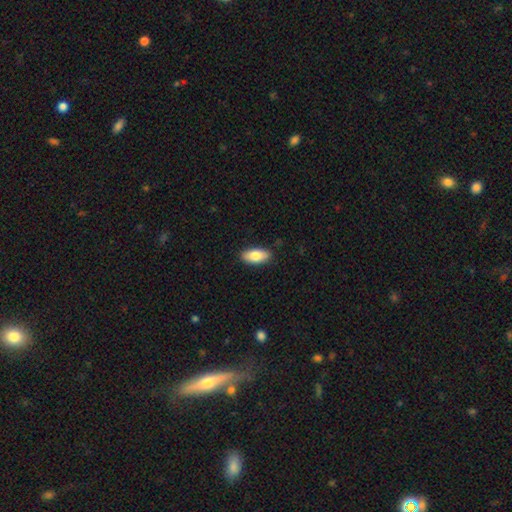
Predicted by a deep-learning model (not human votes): smooth-or-featured: smooth: 81% | featured or disk: 13% | star or artifact: 6%
  how-rounded: in between: 89% | cigar-shaped: 9% | round: 3%
  merging: none: 89% | minor disturbance: 8% | major disturbance: 2% | merger: 1%